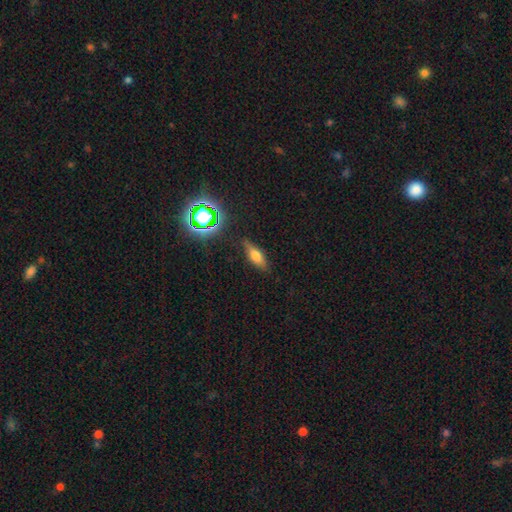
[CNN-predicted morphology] Smooth or featured? smooth (54%)
How rounded? in between (56%)
Merging? none (81%)